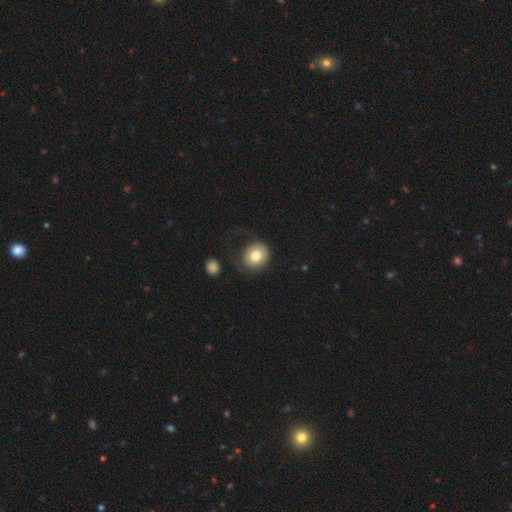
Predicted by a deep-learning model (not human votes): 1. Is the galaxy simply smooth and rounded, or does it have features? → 79% smooth, 13% featured or disk, 8% star or artifact.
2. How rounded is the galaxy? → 75% round, 24% in between, 1% cigar-shaped.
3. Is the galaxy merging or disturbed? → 63% none, 20% minor disturbance, 14% major disturbance, 3% merger.